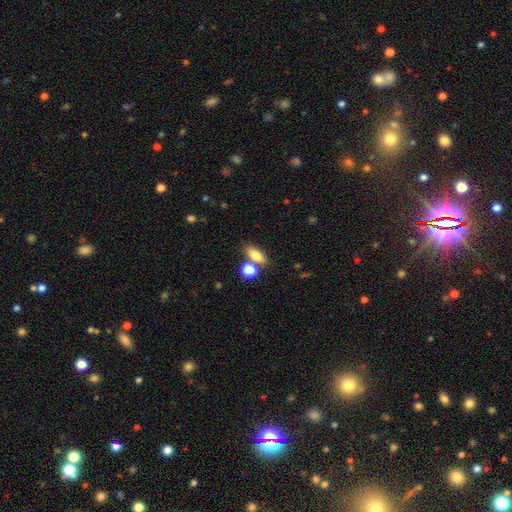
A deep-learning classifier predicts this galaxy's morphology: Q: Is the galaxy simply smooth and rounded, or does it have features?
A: smooth — 79%.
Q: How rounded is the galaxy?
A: in between — 76%.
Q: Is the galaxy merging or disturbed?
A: none — 64%.